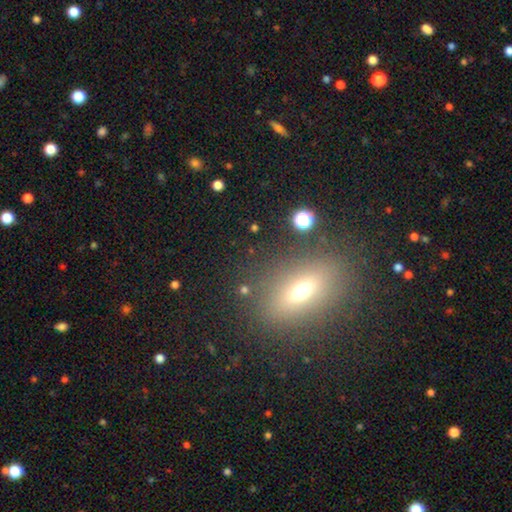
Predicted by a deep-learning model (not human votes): Smooth or featured: smooth — 49% (star or artifact — 26%)
Merging: none — 85% (minor disturbance — 8%)